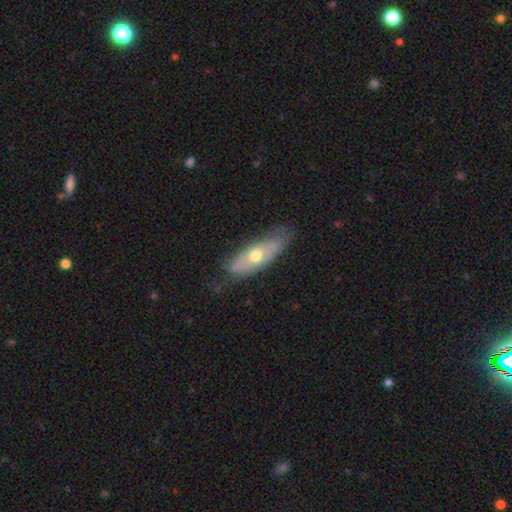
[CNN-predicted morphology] The model was most divided on "smooth or featured": smooth: 48%, featured or disk: 46%, star or artifact: 6%. More confident: merging — none (65%).